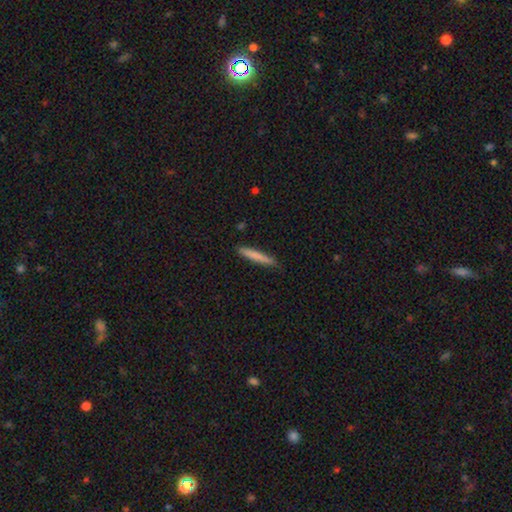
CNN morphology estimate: type=smooth (79%); roundness=cigar-shaped (94%); merging=none (83%).